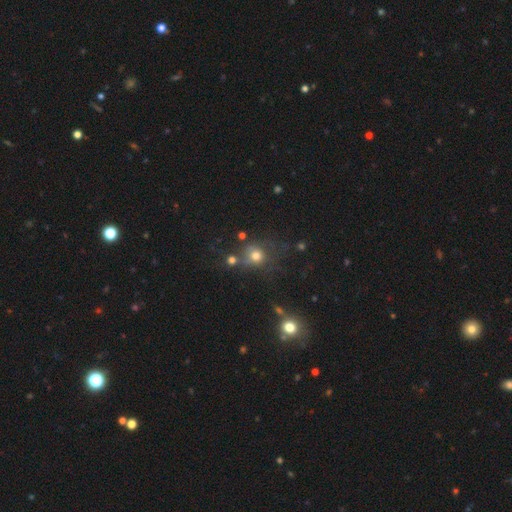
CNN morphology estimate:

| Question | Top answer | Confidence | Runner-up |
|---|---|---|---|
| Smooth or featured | smooth | 70% | star or artifact (17%) |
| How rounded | round | 83% | in between (16%) |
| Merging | none | 55% | merger (18%) |